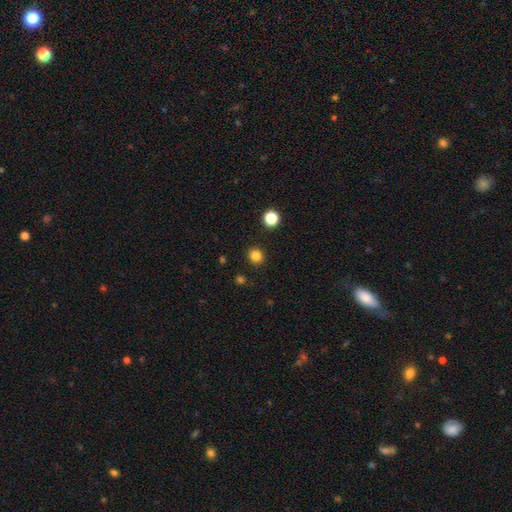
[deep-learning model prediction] Smooth or featured? smooth (83%)
How rounded? round (89%)
Merging? none (91%)